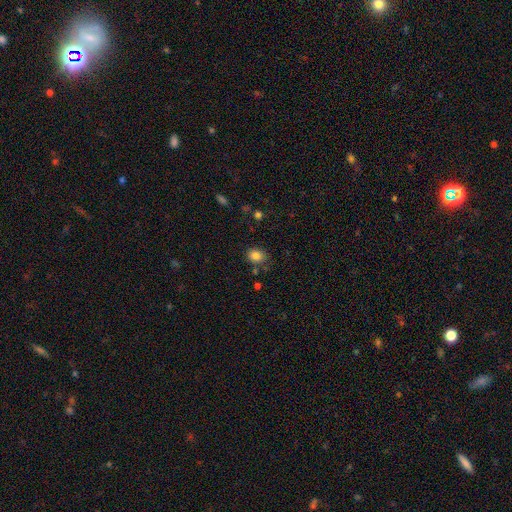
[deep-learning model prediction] This is clearly a smooth galaxy (83%). How rounded: possibly round (53%). Merging: likely none (77%).